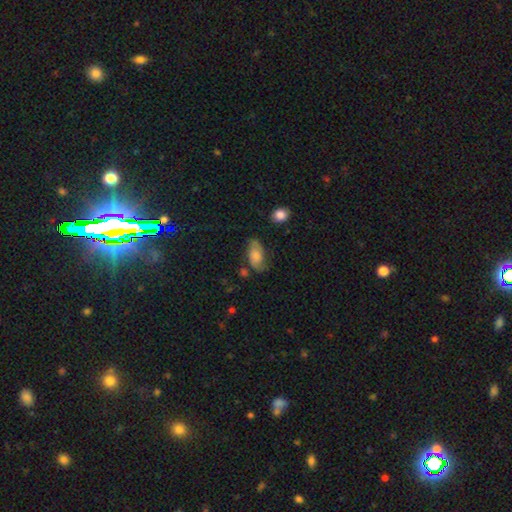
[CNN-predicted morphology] Overall: smooth (48%; featured or disk 43%). Merging: none (61%; minor disturbance 25%).